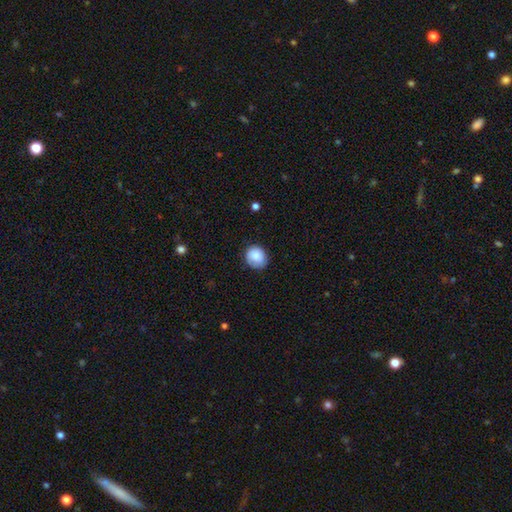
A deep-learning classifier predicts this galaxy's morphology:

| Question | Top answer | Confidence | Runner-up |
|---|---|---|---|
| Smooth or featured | smooth | 84% | featured or disk (8%) |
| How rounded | round | 77% | in between (22%) |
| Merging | none | 76% | minor disturbance (19%) |